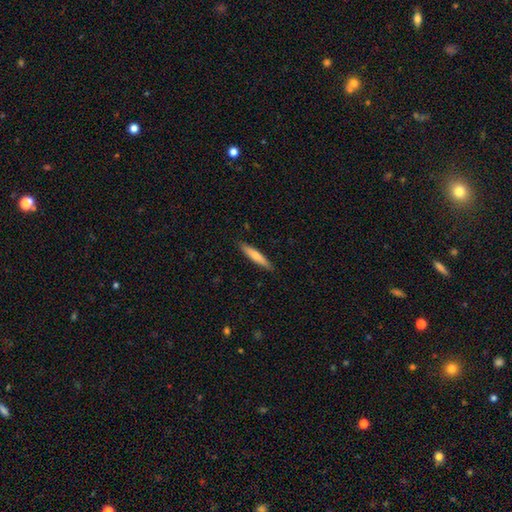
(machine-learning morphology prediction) smooth-or-featured: smooth: 65% | featured or disk: 29% | star or artifact: 5%
  how-rounded: cigar-shaped: 90% | in between: 9% | round: 1%
  merging: none: 89% | minor disturbance: 9% | major disturbance: 1% | merger: 1%